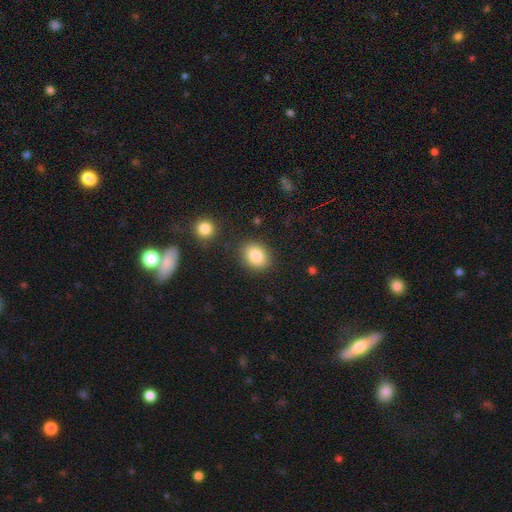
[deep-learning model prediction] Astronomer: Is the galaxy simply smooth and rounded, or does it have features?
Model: smooth — 85%.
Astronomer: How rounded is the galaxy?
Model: in between — 56% (runner-up: round, 43%).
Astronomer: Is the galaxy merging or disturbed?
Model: none — 85%.